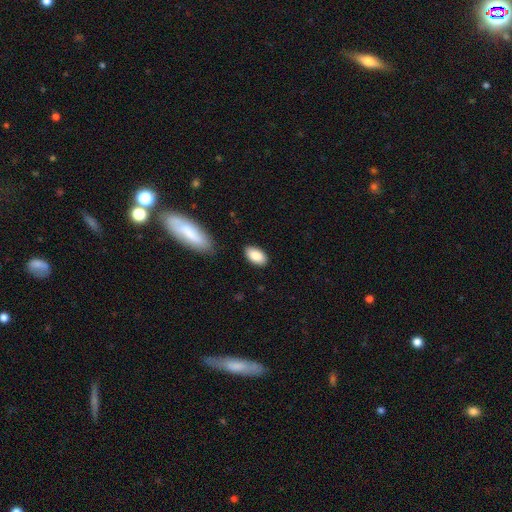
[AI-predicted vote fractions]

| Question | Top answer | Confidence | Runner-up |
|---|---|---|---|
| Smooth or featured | smooth | 87% | star or artifact (6%) |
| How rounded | in between | 94% | round (4%) |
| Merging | none | 85% | minor disturbance (11%) |